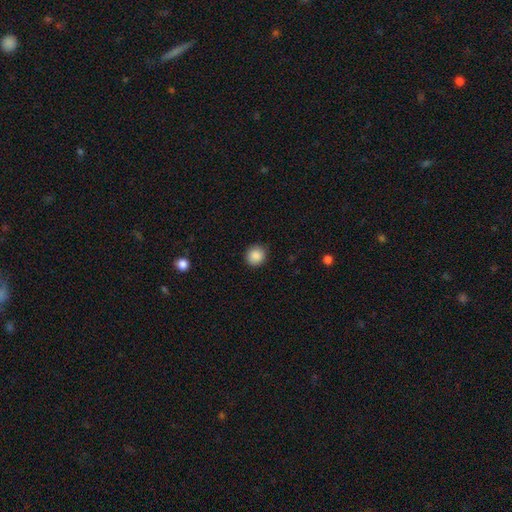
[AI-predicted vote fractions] A smooth galaxy with no disk features (88%) that is round (89%). Merging: none (89%).